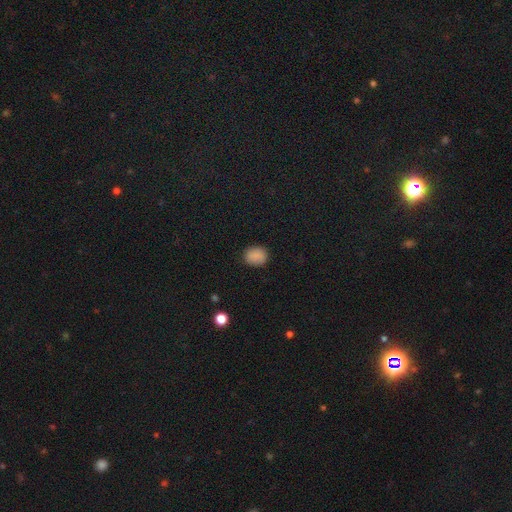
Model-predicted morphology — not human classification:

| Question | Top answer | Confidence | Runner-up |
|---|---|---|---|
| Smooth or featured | smooth | 87% | star or artifact (10%) |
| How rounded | round | 58% | in between (41%) |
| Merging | none | 88% | minor disturbance (9%) |